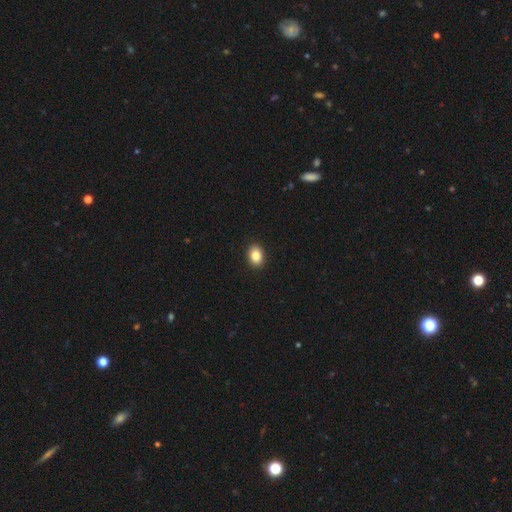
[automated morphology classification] A smooth galaxy with no disk features (85%) that is in between round and cigar-shaped (75%). Merging: none (92%).